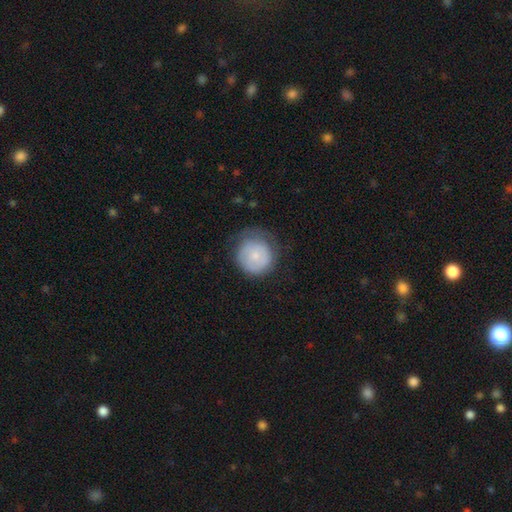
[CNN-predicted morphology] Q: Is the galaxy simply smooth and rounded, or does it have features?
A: smooth — 67%.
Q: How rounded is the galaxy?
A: round — 91%.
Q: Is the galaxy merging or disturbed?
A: none — 53%.